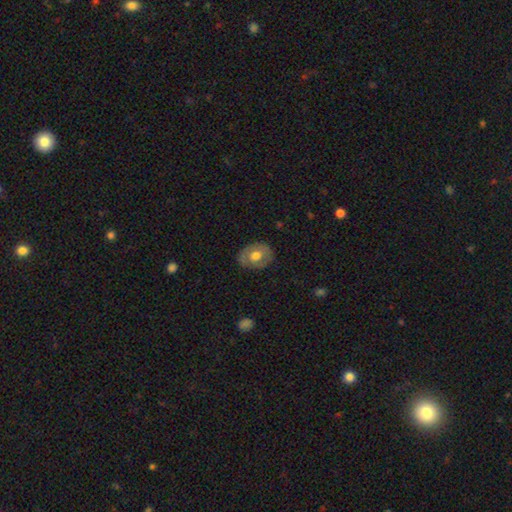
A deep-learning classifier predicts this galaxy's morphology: This is possibly a smooth galaxy (54%). How rounded: likely in between (62%). Merging: likely none (79%).